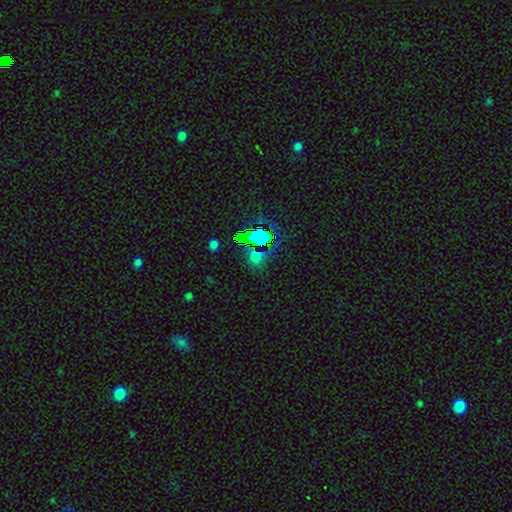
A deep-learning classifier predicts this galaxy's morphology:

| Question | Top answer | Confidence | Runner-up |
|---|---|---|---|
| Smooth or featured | star or artifact | 52% | smooth (39%) |